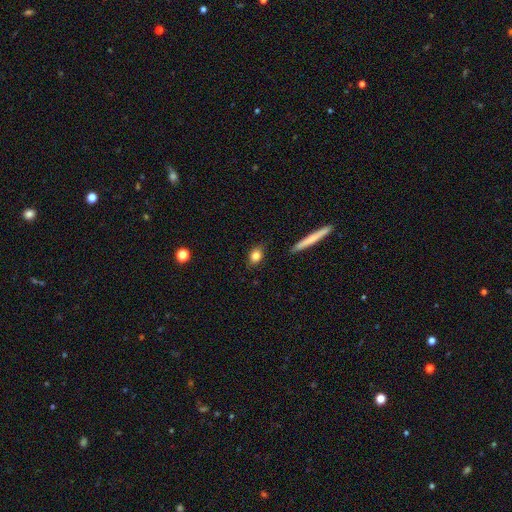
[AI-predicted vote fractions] Q: Smooth or featured?
A: smooth (82%); runner-up: featured or disk (10%)
Q: How rounded?
A: in between (65%); runner-up: round (28%)
Q: Merging?
A: none (85%); runner-up: minor disturbance (11%)